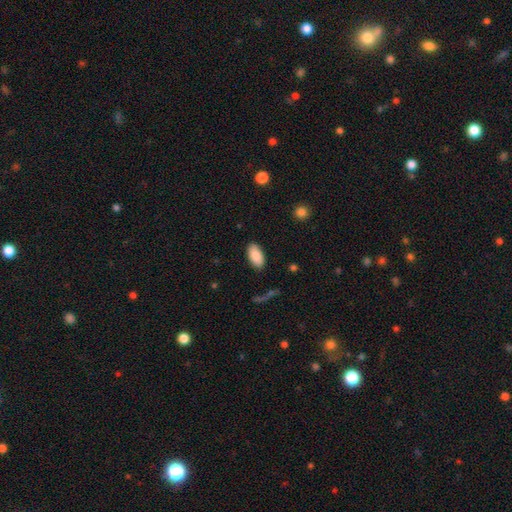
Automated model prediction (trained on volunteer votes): Smooth or featured? Predicted: smooth (p=0.88). How rounded? Predicted: in between (p=0.94). Merging? Predicted: none (p=0.87).